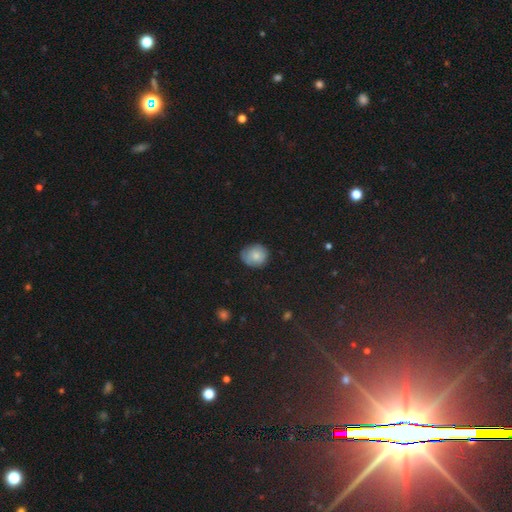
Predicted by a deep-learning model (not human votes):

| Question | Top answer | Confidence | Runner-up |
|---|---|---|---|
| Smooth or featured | smooth | 77% | featured or disk (13%) |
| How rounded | round | 76% | in between (23%) |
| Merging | none | 73% | minor disturbance (22%) |